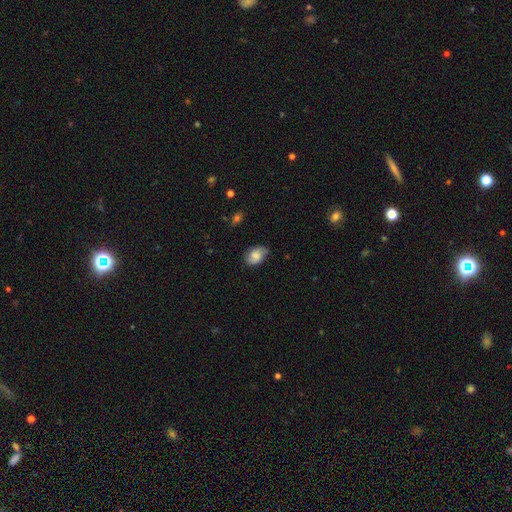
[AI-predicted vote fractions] Overall: smooth (74%). How rounded: in between (82%). Merging: none (68%).